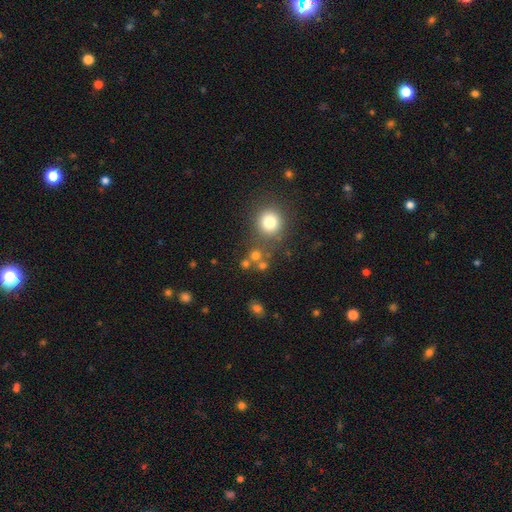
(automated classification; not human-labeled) smooth 70%, star or artifact 20%, featured or disk 10%. Down the decision tree: how rounded — round (88%); merging — none (64%).